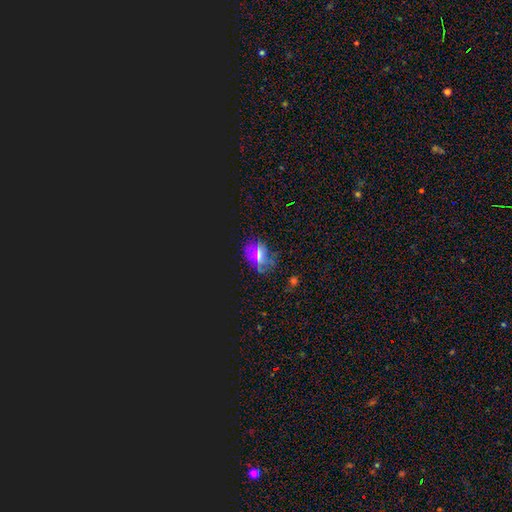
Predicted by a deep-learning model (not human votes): Smooth or featured: star or artifact — 55% (smooth — 34%)